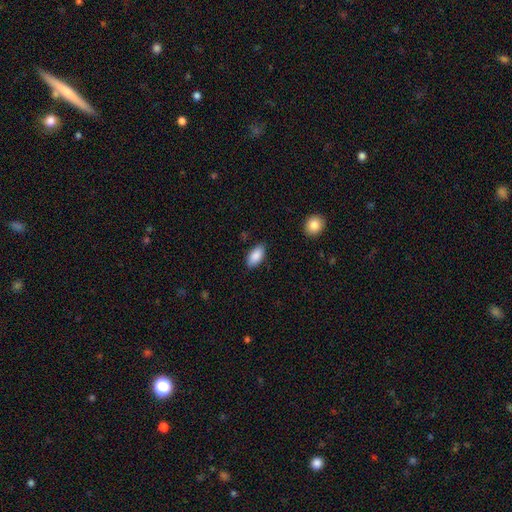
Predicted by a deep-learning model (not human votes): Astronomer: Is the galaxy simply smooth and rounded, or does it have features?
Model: smooth — 89%.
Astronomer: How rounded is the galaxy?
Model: in between — 93%.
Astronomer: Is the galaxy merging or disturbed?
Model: none — 86%.